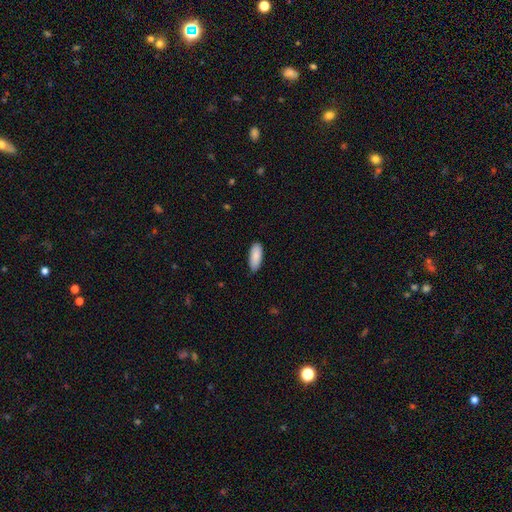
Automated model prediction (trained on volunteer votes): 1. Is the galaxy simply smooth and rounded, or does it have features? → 89% smooth, 6% star or artifact, 5% featured or disk.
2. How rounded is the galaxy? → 82% in between, 17% cigar-shaped, 2% round.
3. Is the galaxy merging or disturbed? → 82% none, 15% minor disturbance, 2% major disturbance, 1% merger.